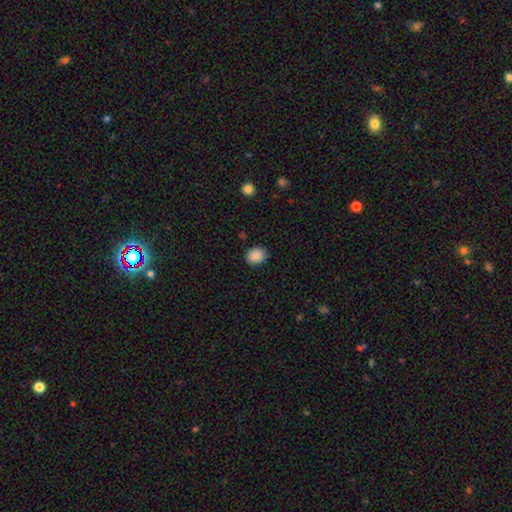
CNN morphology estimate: smooth_or_featured: smooth (p=0.88) [alt: star or artifact p=0.08]
how_rounded: round (p=0.57) [alt: in between p=0.42]
merging: none (p=0.86) [alt: minor disturbance p=0.11]